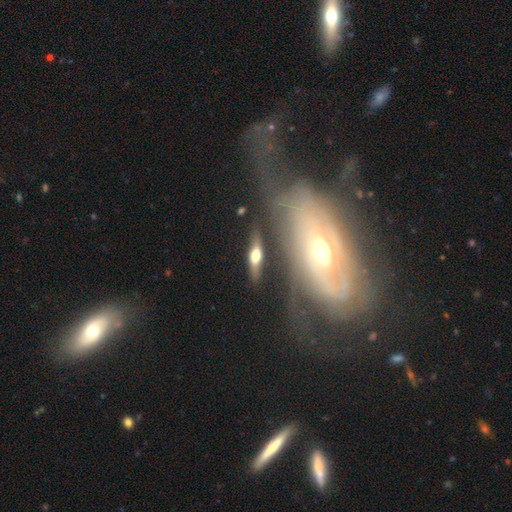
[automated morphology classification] The model was most divided on "smooth or featured": featured or disk: 48%, smooth: 44%, star or artifact: 7%. More confident: merging — none (74%).